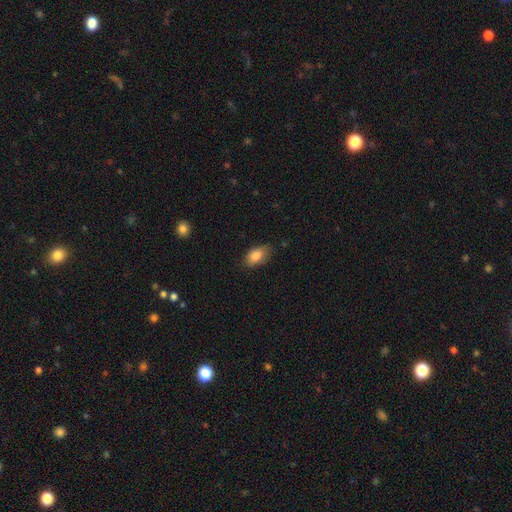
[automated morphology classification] The model was most divided on "merging": none: 66%, minor disturbance: 27%, major disturbance: 6%, merger: 1%. More confident: how rounded — in between (90%); smooth or featured — smooth (85%).